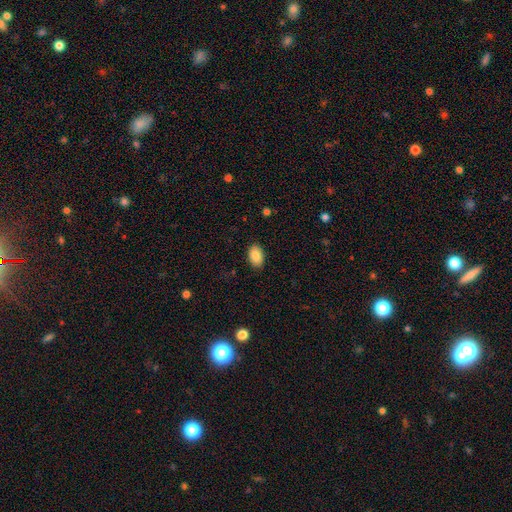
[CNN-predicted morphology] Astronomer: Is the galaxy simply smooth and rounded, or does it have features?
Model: smooth — 87%.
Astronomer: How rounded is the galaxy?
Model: in between — 91%.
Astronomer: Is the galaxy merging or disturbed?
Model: none — 88%.